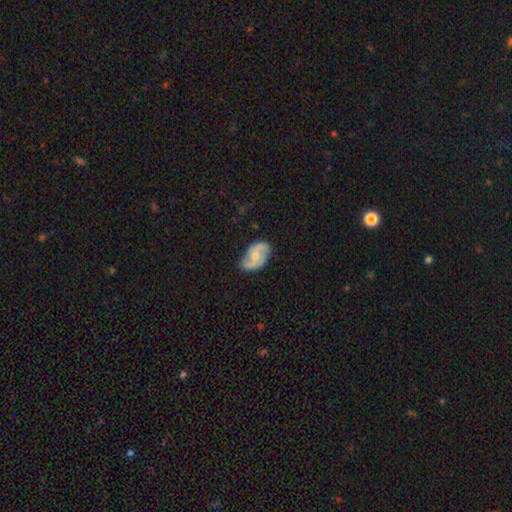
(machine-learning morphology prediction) A featured or disk galaxy (70%) with no bar (52%), 2 (84%) medium (43%) spiral arms (89%) and a small central bulge (50%). Merging: none (71%).